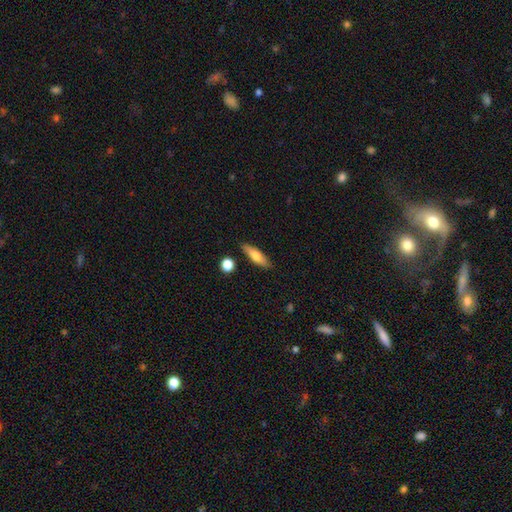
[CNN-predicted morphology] A smooth galaxy with no disk features (70%) that is cigar-shaped (57%).

Vote fractions:
- Smooth or featured? smooth: 70% / featured or disk: 23% / star or artifact: 7%
- How rounded? cigar-shaped: 57% / in between: 40% / round: 3%
- Merging? none: 83% / minor disturbance: 11% / merger: 3% / major disturbance: 2%